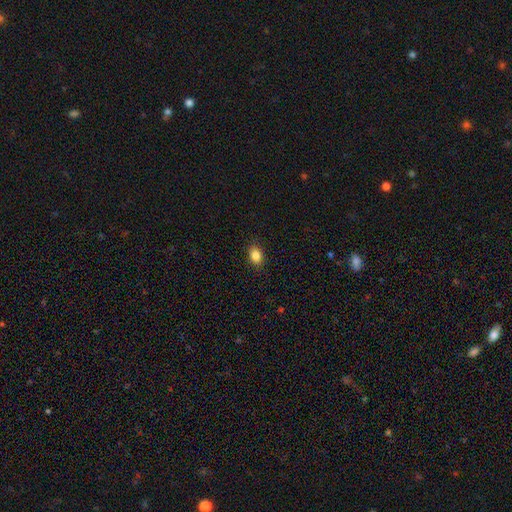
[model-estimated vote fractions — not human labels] Q: Smooth or featured?
A: smooth (85%); runner-up: star or artifact (9%)
Q: How rounded?
A: in between (74%); runner-up: round (24%)
Q: Merging?
A: none (88%); runner-up: minor disturbance (9%)